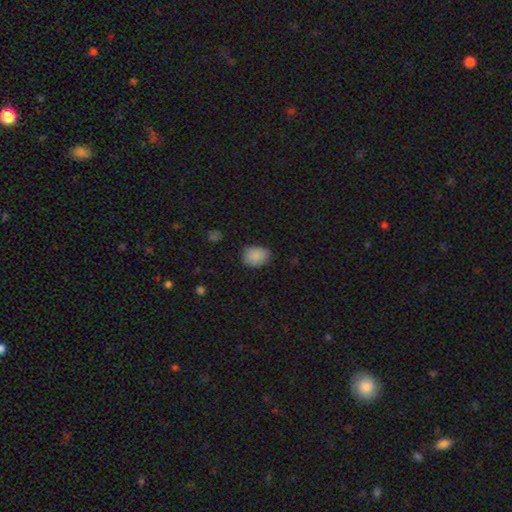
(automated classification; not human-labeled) This appears to be a smooth galaxy with no disk features (87%) that is in between round and cigar-shaped (68%). Merging: none (77%).